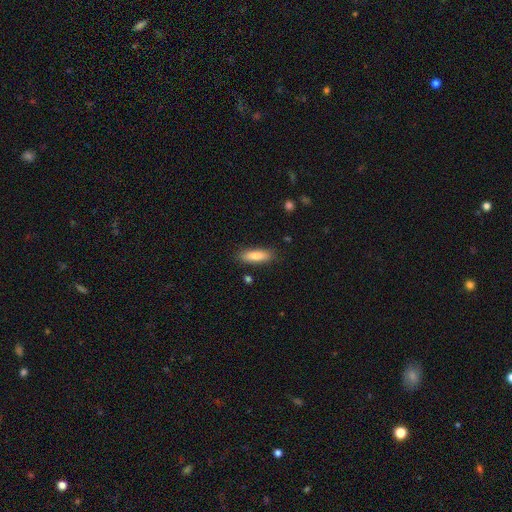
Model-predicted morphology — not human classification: smooth-or-featured: smooth: 82% | featured or disk: 11% | star or artifact: 6%
  how-rounded: in between: 51% | cigar-shaped: 47% | round: 2%
  merging: none: 85% | minor disturbance: 10% | major disturbance: 2% | merger: 2%